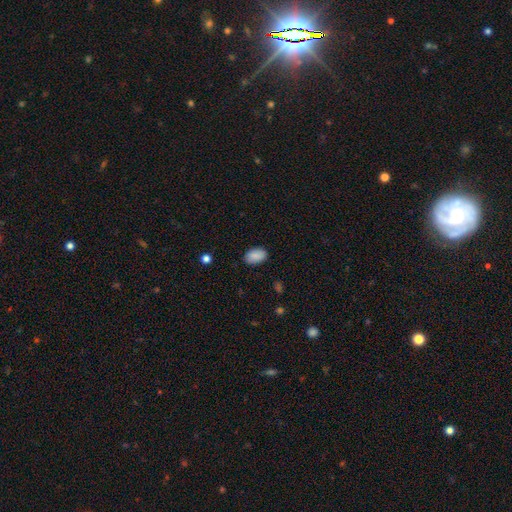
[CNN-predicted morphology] Overall: smooth (88%). How rounded: in between (92%). Merging: none (86%).